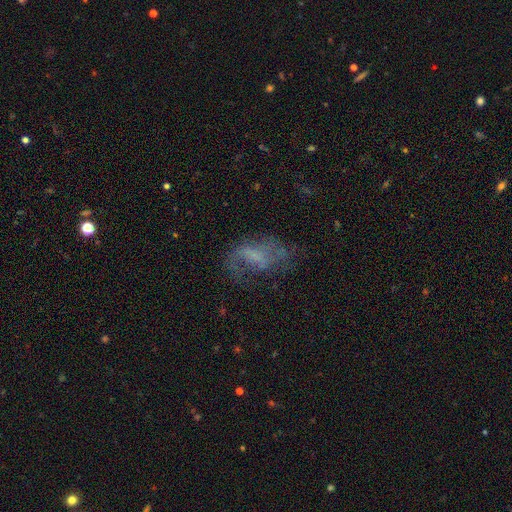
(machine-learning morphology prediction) Overall: featured or disk (56%; smooth 30%). Edge-on disk: no (95%). Bar: no (51%; weak 36%). Spiral arms: yes (58%; no 42%). Bulge size: none (58%; small 21%). Merging: none (39%; major disturbance 36%).